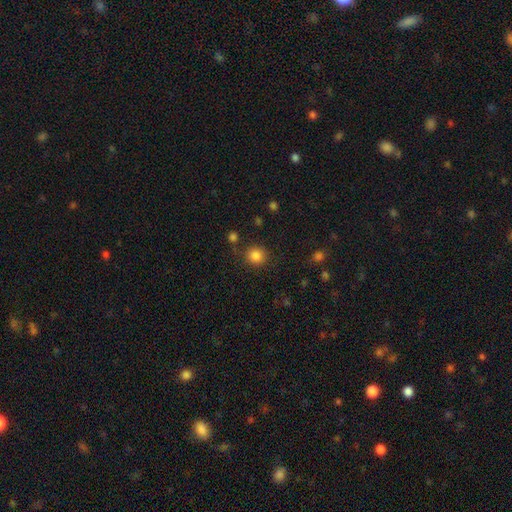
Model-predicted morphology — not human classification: Q: Smooth or featured?
A: smooth (85%); runner-up: star or artifact (11%)
Q: How rounded?
A: round (91%); runner-up: in between (8%)
Q: Merging?
A: none (84%); runner-up: minor disturbance (9%)